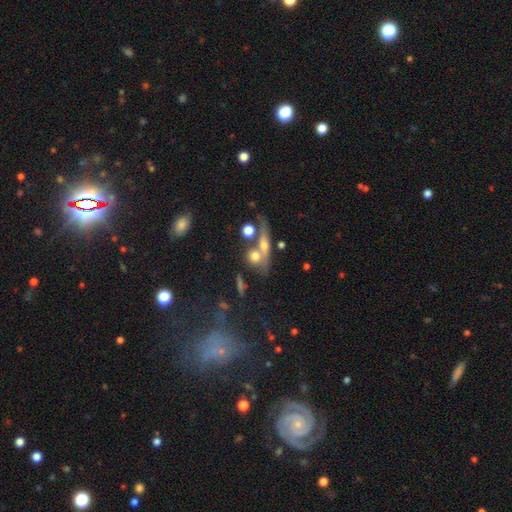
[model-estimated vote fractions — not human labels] A star or artifact, not a galaxy (47%).